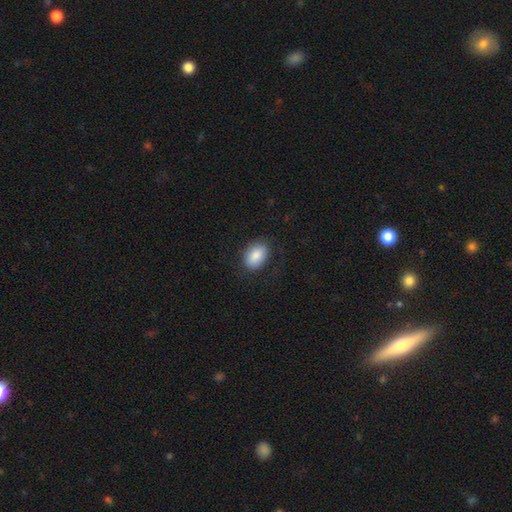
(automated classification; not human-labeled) smooth 85%, featured or disk 8%, star or artifact 7%. Down the decision tree: how rounded — in between (86%); merging — none (78%).